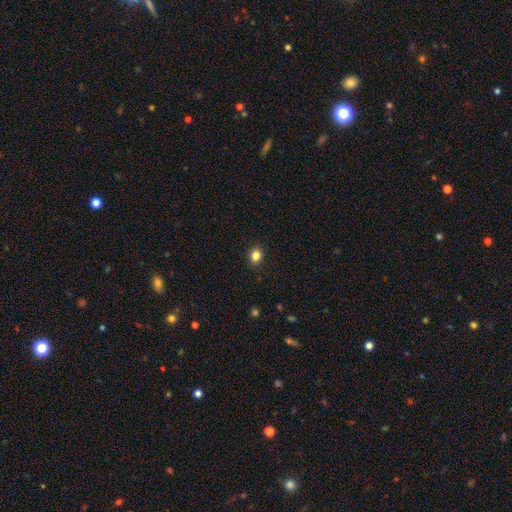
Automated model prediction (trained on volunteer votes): smooth_or_featured: smooth (p=0.83) [alt: star or artifact p=0.11]
how_rounded: round (p=0.59) [alt: in between p=0.40]
merging: none (p=0.90) [alt: minor disturbance p=0.08]